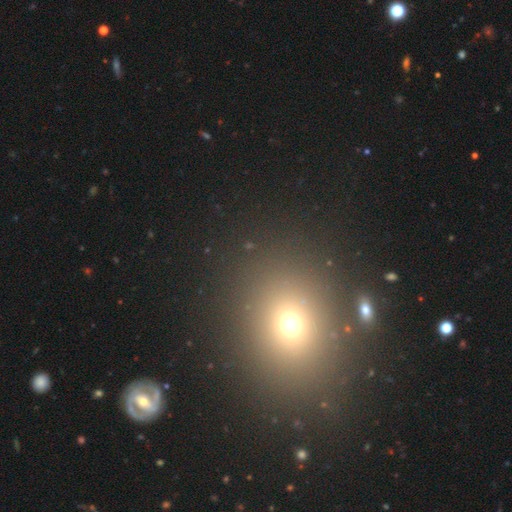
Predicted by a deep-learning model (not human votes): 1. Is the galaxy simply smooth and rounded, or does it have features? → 58% smooth, 32% star or artifact, 9% featured or disk.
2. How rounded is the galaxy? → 69% round, 29% in between, 2% cigar-shaped.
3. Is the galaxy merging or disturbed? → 86% none, 7% minor disturbance, 4% merger, 4% major disturbance.